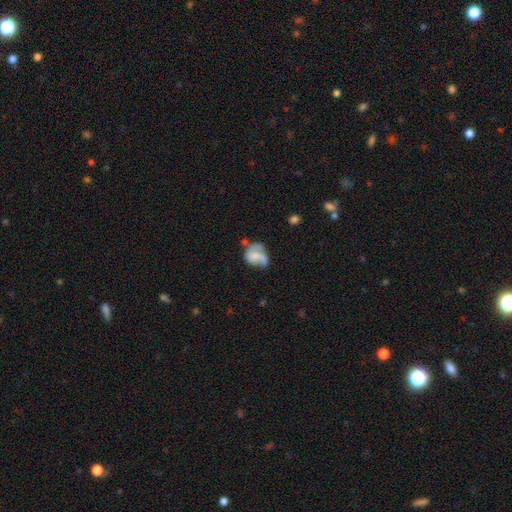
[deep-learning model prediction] Smooth or featured: featured or disk — 55% (smooth — 37%)
Edge-on disk: no — 98% (yes — 2%)
Bar: no — 65% (weak — 28%)
Spiral arms: yes — 78% (no — 22%)
Bulge size: none — 45% (small — 29%)
Merging: none — 35% (major disturbance — 31%)